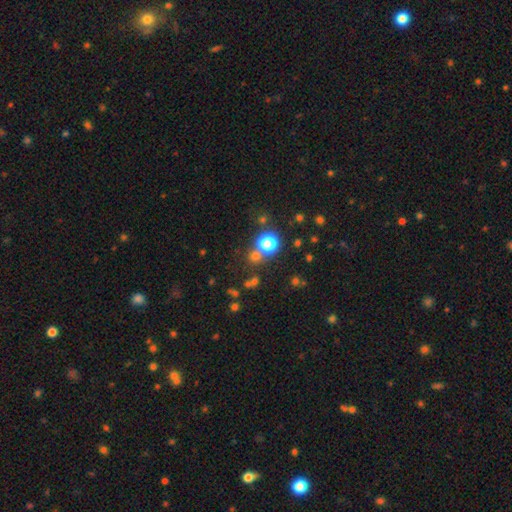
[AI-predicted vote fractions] Smooth or featured? Predicted: smooth (p=0.59). How rounded? Predicted: round (p=0.89). Merging? Predicted: none (p=0.67).